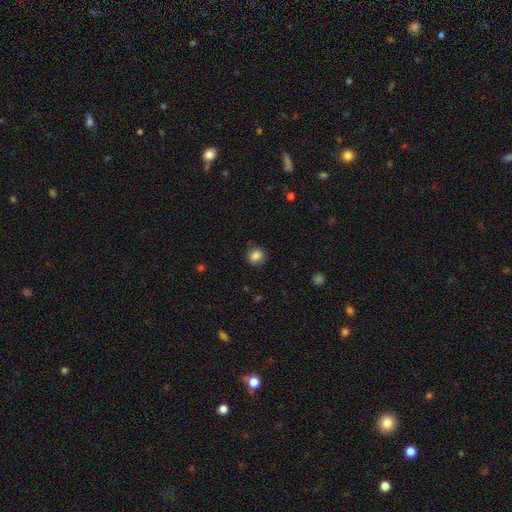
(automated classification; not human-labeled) Smooth or featured?
  - smooth: 85% *
  - star or artifact: 10%
  - featured or disk: 5%
How rounded?
  - round: 80% *
  - in between: 19%
  - cigar-shaped: 1%
Merging?
  - none: 86% *
  - minor disturbance: 10%
  - major disturbance: 3%
  - merger: 1%